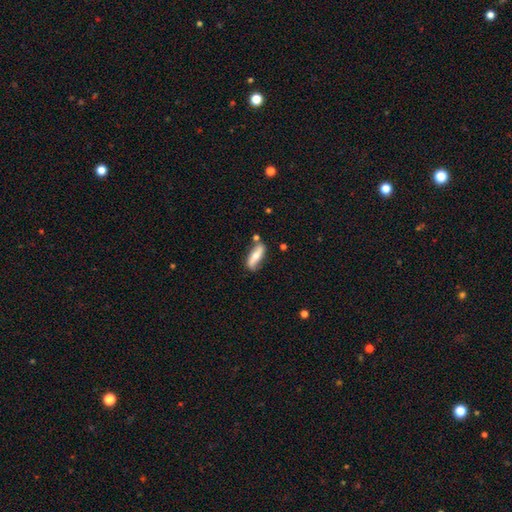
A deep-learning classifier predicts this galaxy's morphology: The model was most divided on "how rounded": in between: 51%, cigar-shaped: 46%, round: 3%. More confident: merging — none (69%); smooth or featured — smooth (52%).